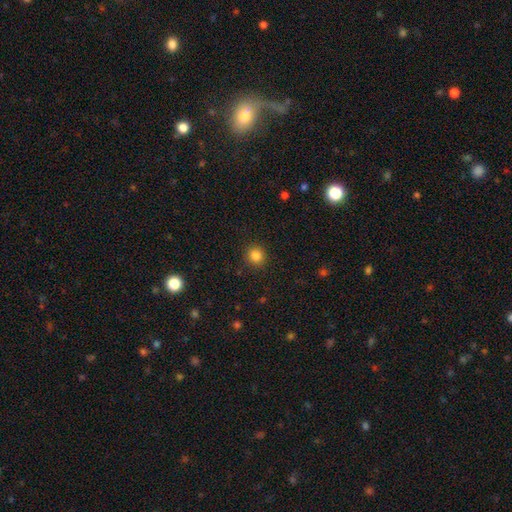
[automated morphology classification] Smooth or featured: smooth — 84% (star or artifact — 12%)
How rounded: round — 90% (in between — 9%)
Merging: none — 90% (minor disturbance — 7%)